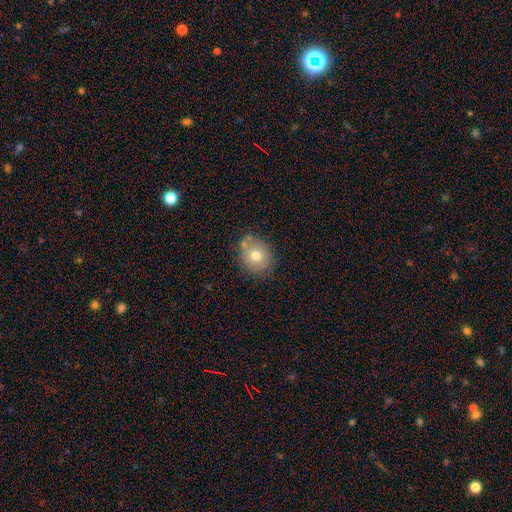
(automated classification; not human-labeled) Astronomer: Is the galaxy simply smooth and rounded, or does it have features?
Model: smooth — 71%.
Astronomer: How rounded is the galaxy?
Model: round — 61% (runner-up: in between, 38%).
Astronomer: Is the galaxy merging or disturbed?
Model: none — 67%.